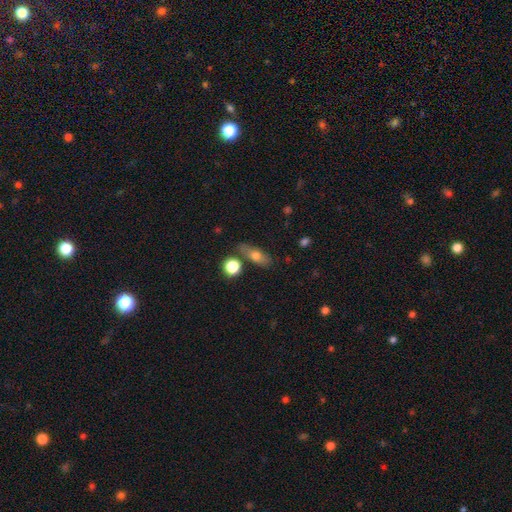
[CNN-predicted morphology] Smooth or featured? smooth (67%)
How rounded? in between (62%)
Merging? none (72%)